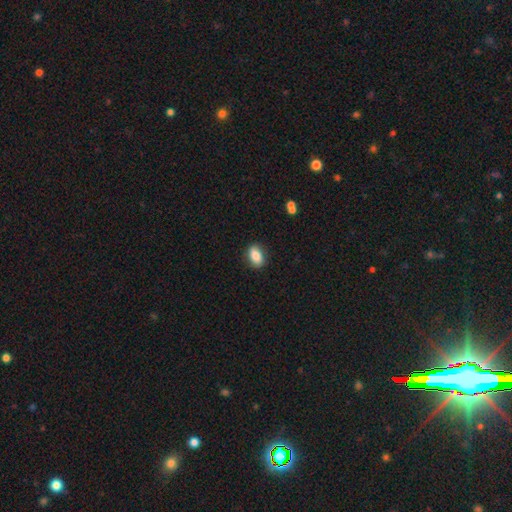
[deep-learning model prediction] Smooth or featured? Predicted: smooth (p=0.84). How rounded? Predicted: in between (p=0.85). Merging? Predicted: none (p=0.87).